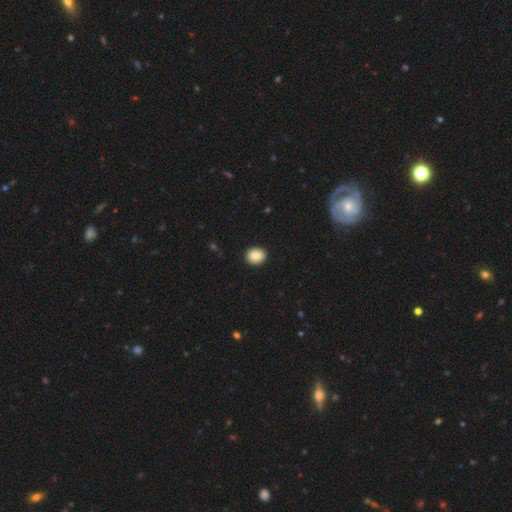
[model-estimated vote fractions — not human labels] smooth 85%, star or artifact 8%, featured or disk 6%. Down the decision tree: how rounded — round (74%); merging — none (92%).